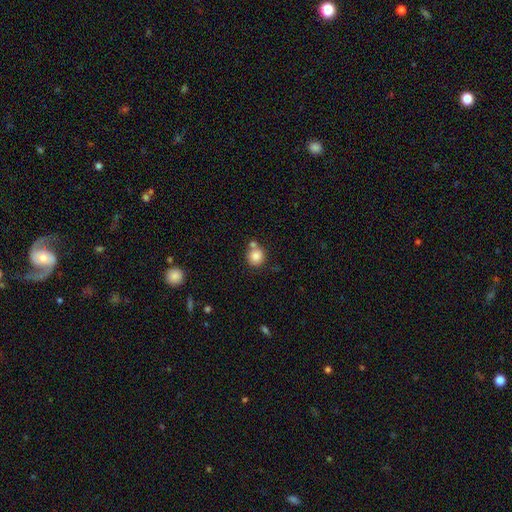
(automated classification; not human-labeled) Smooth or featured: smooth — 84% (star or artifact — 9%)
How rounded: round — 90% (in between — 9%)
Merging: none — 62% (merger — 25%)